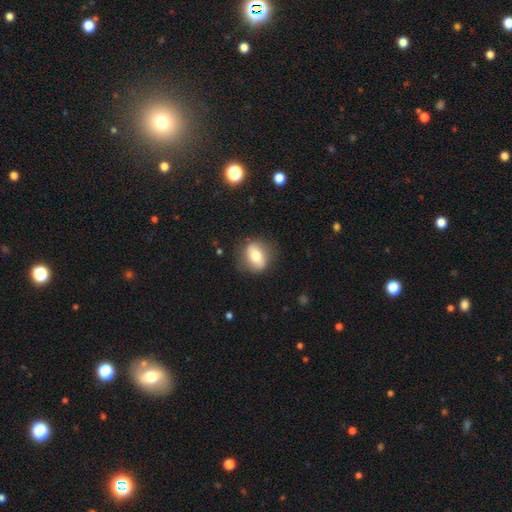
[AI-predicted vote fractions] Smooth or featured?
  - smooth: 61% *
  - featured or disk: 32%
  - star or artifact: 8%
How rounded?
  - in between: 54% *
  - round: 44%
  - cigar-shaped: 3%
Merging?
  - none: 80% *
  - minor disturbance: 14%
  - major disturbance: 5%
  - merger: 1%